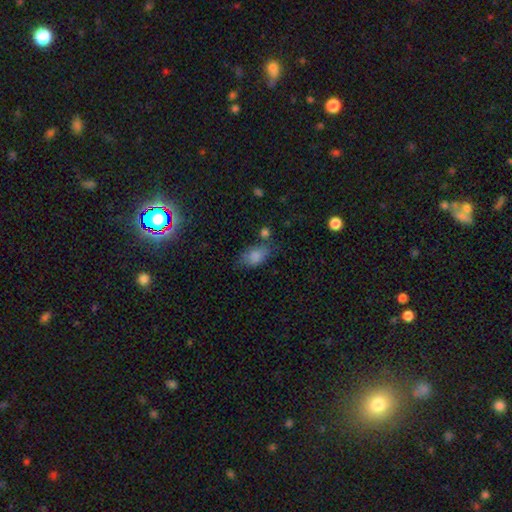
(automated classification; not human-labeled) A smooth galaxy with no disk features (82%) that is in between round and cigar-shaped (88%).

Vote fractions:
- Smooth or featured? smooth: 82% / star or artifact: 9% / featured or disk: 9%
- How rounded? in between: 88% / round: 8% / cigar-shaped: 3%
- Merging? none: 57% / minor disturbance: 25% / merger: 10% / major disturbance: 9%